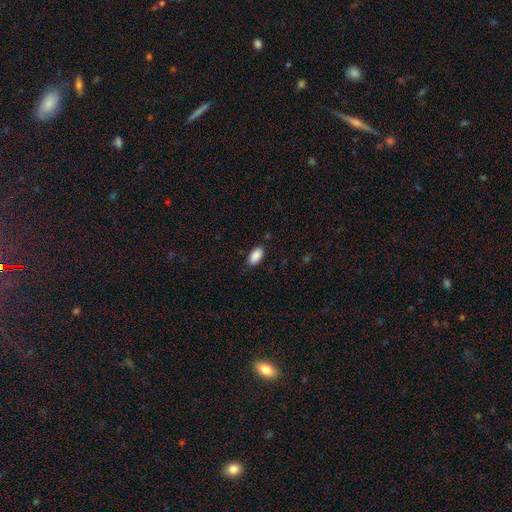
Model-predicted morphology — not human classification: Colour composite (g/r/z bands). It shows a smooth galaxy with no disk features (90%) that is in between round and cigar-shaped (94%). Merging: none (85%).